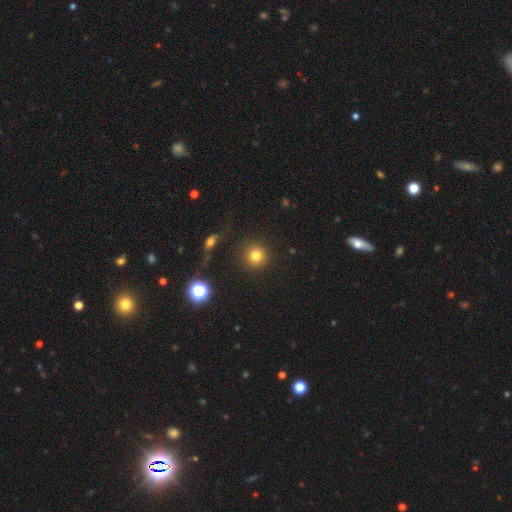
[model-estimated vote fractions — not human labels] A smooth galaxy with no disk features (79%) that is round (94%). Merging: none (89%).